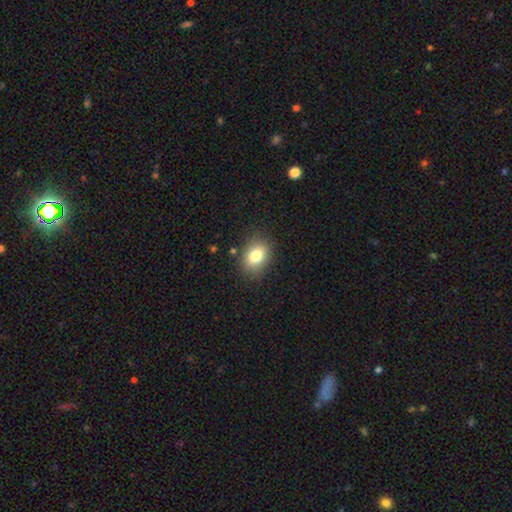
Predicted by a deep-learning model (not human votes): smooth_or_featured: smooth (p=0.80) [alt: featured or disk p=0.10]
how_rounded: in between (p=0.69) [alt: round p=0.30]
merging: none (p=0.83) [alt: minor disturbance p=0.12]